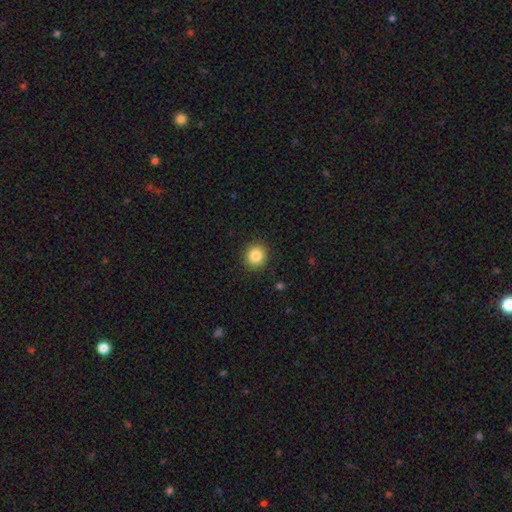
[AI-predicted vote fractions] A smooth galaxy with no disk features (85%) that is round (89%).

Vote fractions:
- Smooth or featured? smooth: 85% / star or artifact: 10% / featured or disk: 5%
- How rounded? round: 89% / in between: 10% / cigar-shaped: 1%
- Merging? none: 91% / minor disturbance: 6% / major disturbance: 2% / merger: 1%